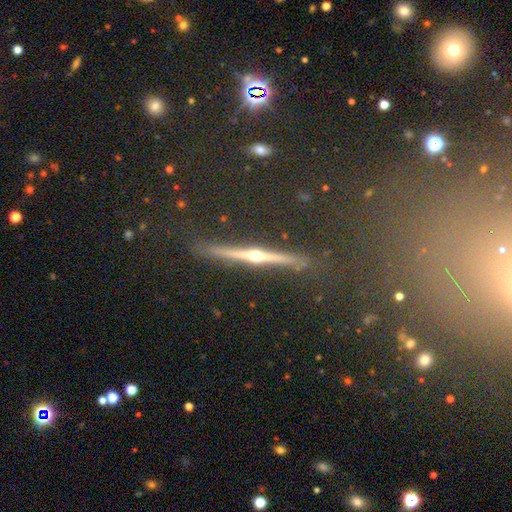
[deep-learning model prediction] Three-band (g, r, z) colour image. It shows a featured or disk galaxy (65%) viewed edge-on (93%) with a rounded central bulge (90%). Merging: none (85%).